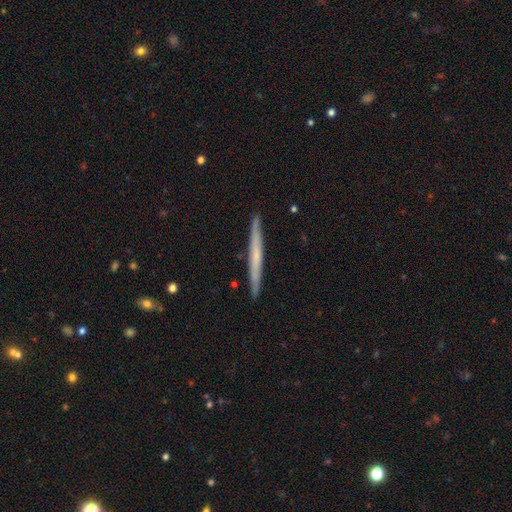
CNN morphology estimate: A featured or disk galaxy (51%) viewed edge-on (97%).

Vote fractions:
- Smooth or featured? featured or disk: 51% / smooth: 43% / star or artifact: 6%
- Edge-on disk? yes: 97% / no: 3%
- Merging? none: 91% / minor disturbance: 6% / major disturbance: 1% / merger: 1%